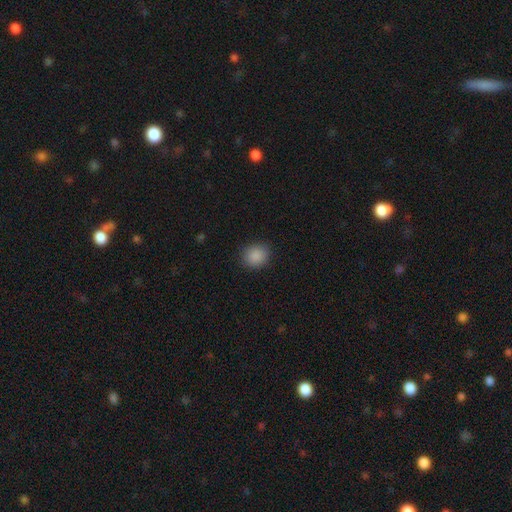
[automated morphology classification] smooth_or_featured: smooth (p=0.88) [alt: star or artifact p=0.09]
how_rounded: round (p=0.74) [alt: in between p=0.25]
merging: none (p=0.88) [alt: minor disturbance p=0.09]